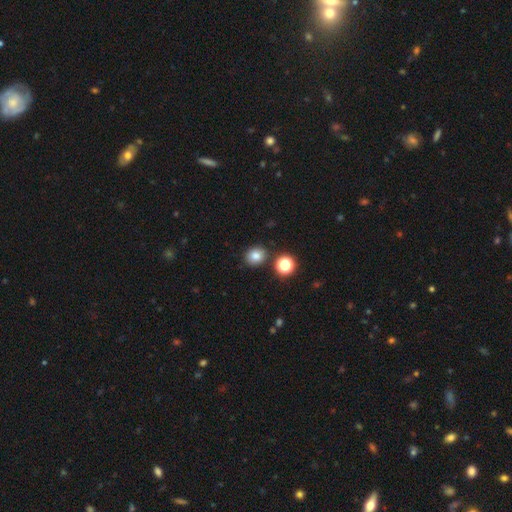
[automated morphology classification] Overall: smooth (80%). How rounded: round (74%). Merging: none (83%).